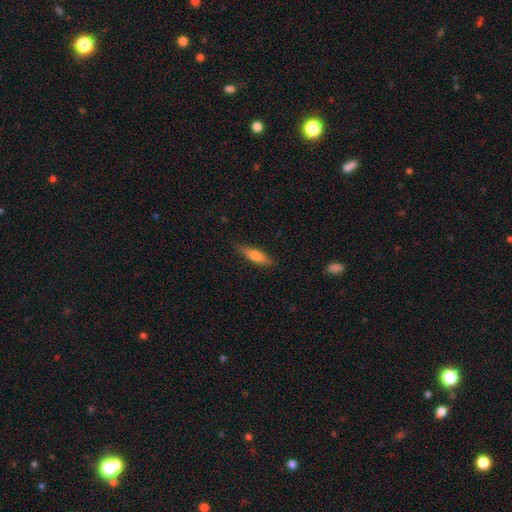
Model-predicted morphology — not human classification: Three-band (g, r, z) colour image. It shows a smooth galaxy with no disk features (55%) that is cigar-shaped (72%). Merging: none (86%).